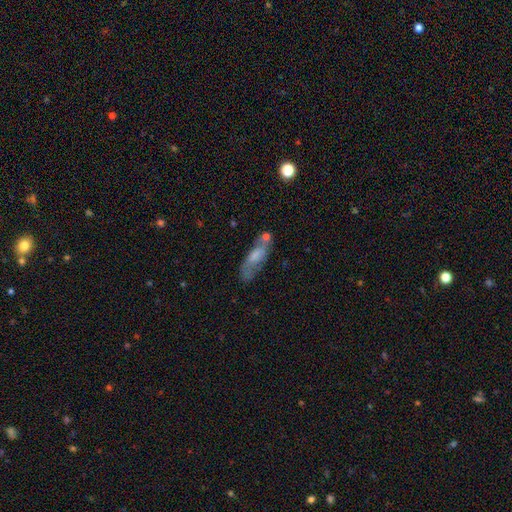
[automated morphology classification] Smooth or featured? smooth (59%)
How rounded? in between (54%)
Merging? none (51%)